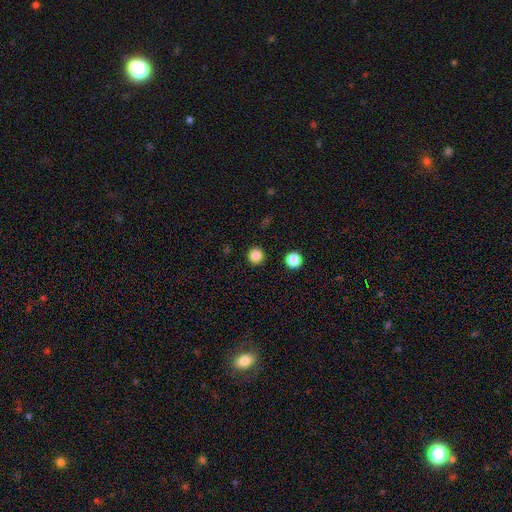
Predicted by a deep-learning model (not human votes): A smooth galaxy with no disk features (85%) that is round (95%). Merging: none (92%).